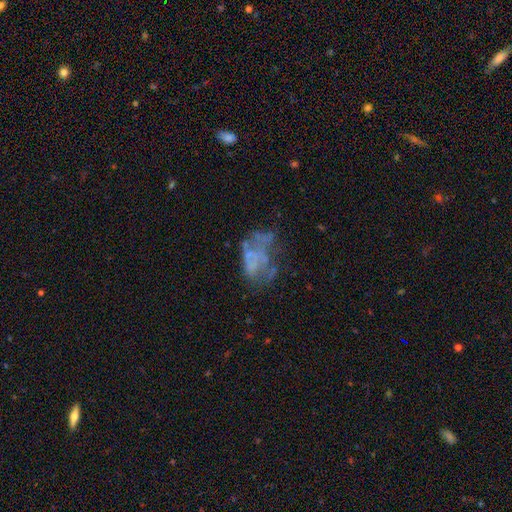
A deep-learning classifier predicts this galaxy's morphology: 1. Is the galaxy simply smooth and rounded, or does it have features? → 60% featured or disk, 24% smooth, 16% star or artifact.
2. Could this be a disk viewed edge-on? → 98% no, 2% yes.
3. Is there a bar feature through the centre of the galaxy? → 93% no, 5% weak, 2% strong.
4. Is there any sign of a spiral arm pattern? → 92% no, 8% yes.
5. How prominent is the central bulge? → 82% none, 8% small, 6% moderate, 2% large, 1% dominant.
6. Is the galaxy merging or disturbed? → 37% major disturbance, 33% none, 19% minor disturbance, 11% merger.